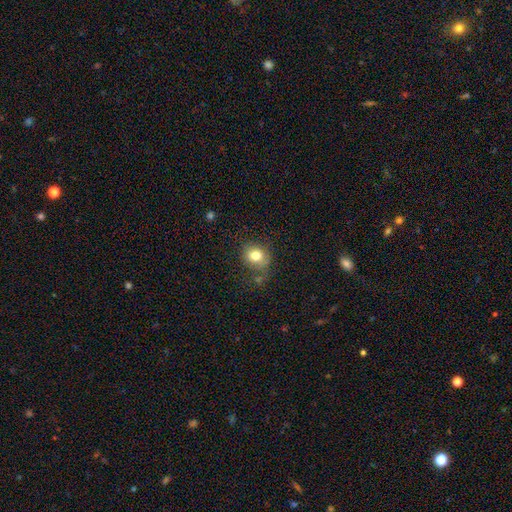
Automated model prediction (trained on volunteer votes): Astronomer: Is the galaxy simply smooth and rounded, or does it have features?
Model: smooth — 79%.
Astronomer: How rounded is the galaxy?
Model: round — 70%.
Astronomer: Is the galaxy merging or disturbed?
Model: none — 66%.